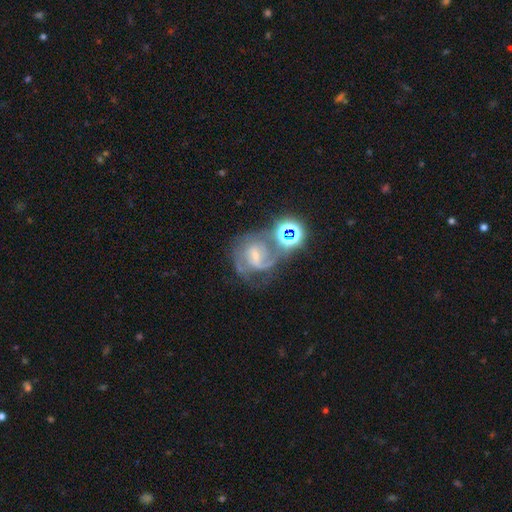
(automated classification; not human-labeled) smooth_or_featured: featured or disk (p=0.71) [alt: star or artifact p=0.16]
disk_edge_on: no (p=0.98) [alt: yes p=0.02]
bar: weak (p=0.52) [alt: strong p=0.25]
has_spiral_arms: yes (p=0.91) [alt: no p=0.09]
spiral_winding: medium (p=0.50) [alt: tight p=0.30]
spiral_arm_count: 2 (p=0.49) [alt: can't tell p=0.20]
bulge_size: small (p=0.63) [alt: moderate p=0.26]
merging: none (p=0.41) [alt: major disturbance p=0.21]